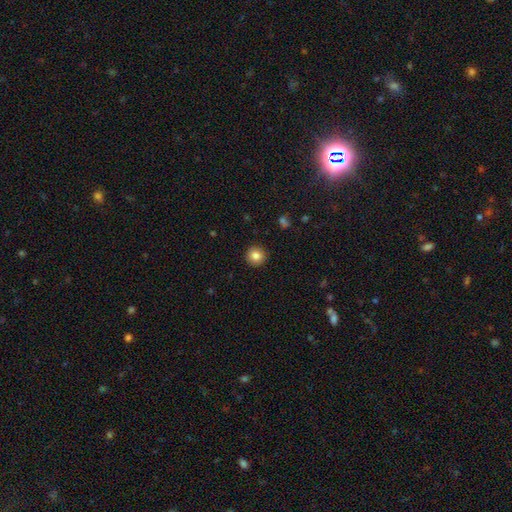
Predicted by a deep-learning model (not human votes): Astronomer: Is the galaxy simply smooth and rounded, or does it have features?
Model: smooth — 84%.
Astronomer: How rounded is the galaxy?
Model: round — 94%.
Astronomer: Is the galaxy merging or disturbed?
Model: none — 92%.